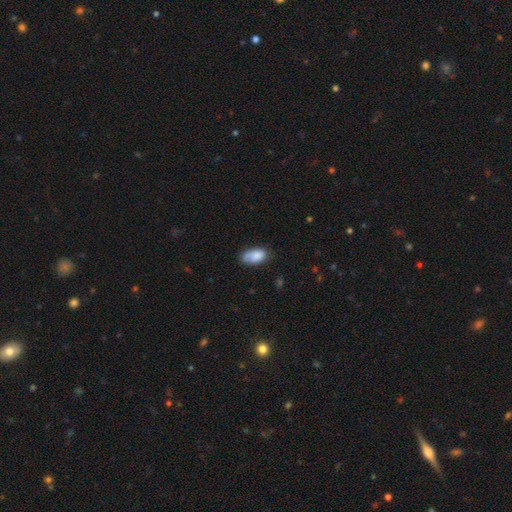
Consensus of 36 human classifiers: Smooth or featured? 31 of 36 (86%) said smooth. How rounded? 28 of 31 (90%) said in between. Merging? 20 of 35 (57%) said none.